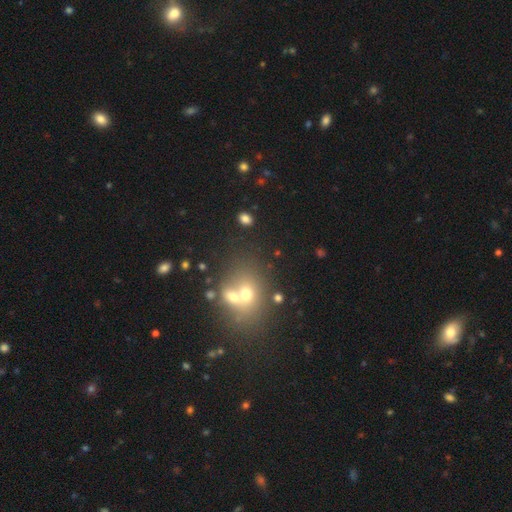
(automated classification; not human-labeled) This appears to be a smooth galaxy with no disk features (43%). Merging: none (60%).